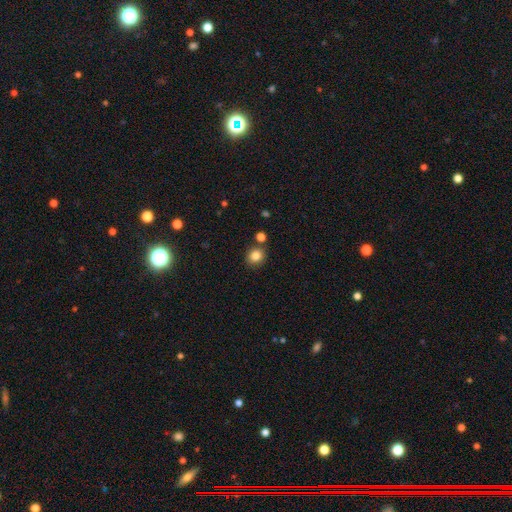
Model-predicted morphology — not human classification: This appears to be a smooth galaxy with no disk features (83%) that is round (78%). Merging: none (80%).